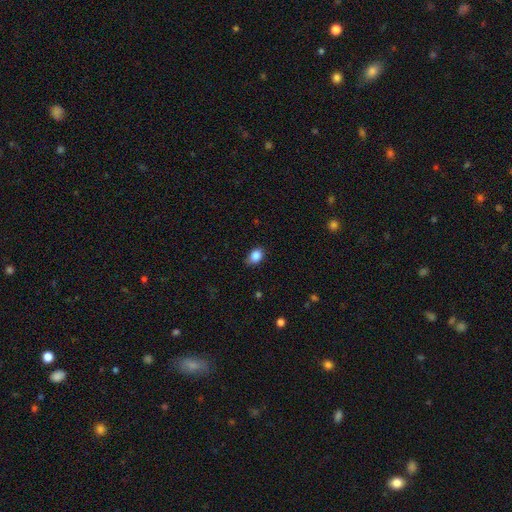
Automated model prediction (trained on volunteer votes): Smooth or featured? smooth (87%)
How rounded? in between (74%)
Merging? none (79%)